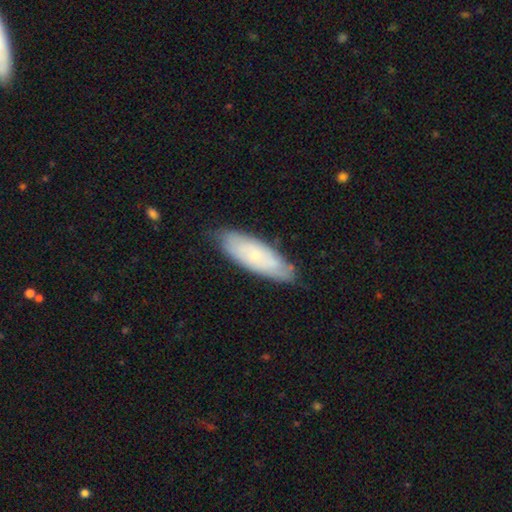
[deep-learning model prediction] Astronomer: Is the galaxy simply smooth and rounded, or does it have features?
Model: smooth — 52% (runner-up: featured or disk, 41%).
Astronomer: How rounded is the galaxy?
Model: in between — 60% (runner-up: cigar-shaped, 38%).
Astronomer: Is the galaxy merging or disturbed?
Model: none — 79%.